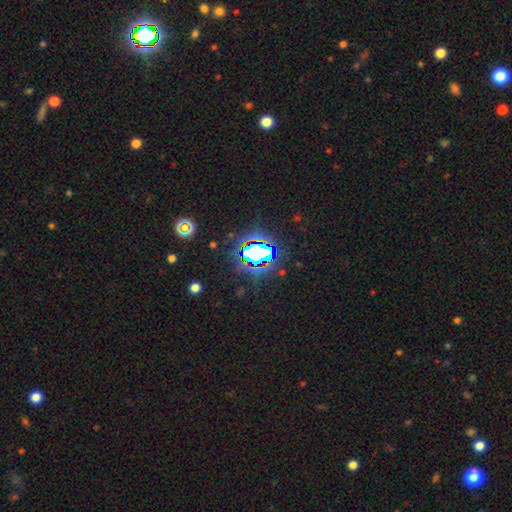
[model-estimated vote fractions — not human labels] The model was most divided on "smooth or featured": star or artifact: 82%, smooth: 11%, featured or disk: 7%.